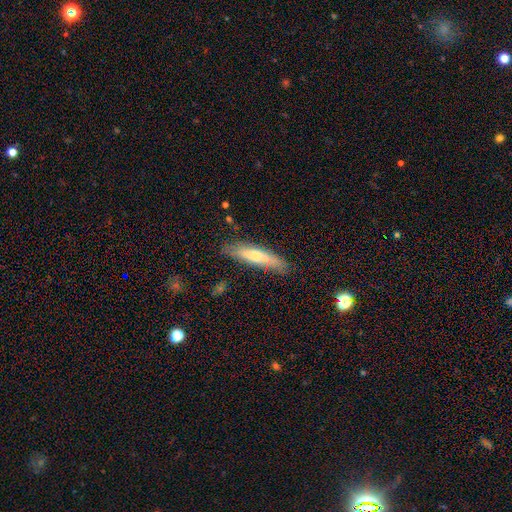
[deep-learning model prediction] smooth-or-featured: smooth: 58% | featured or disk: 35% | star or artifact: 7%
  how-rounded: cigar-shaped: 81% | in between: 17% | round: 2%
  merging: none: 80% | minor disturbance: 15% | major disturbance: 3% | merger: 2%